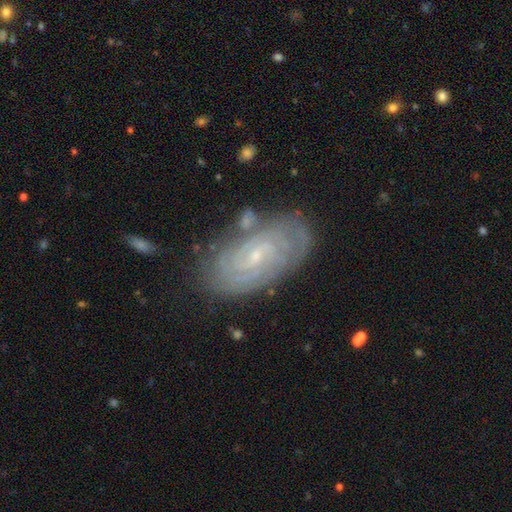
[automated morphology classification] Smooth or featured? Predicted: featured or disk (p=0.79). Edge-on disk? Predicted: no (p=0.95). Bar? Predicted: weak (p=0.46). Spiral arms? Predicted: yes (p=0.92). Spiral winding? Predicted: tight (p=0.74). Spiral arm count? Predicted: can't tell (p=0.43). Bulge size? Predicted: small (p=0.80). Merging? Predicted: none (p=0.74).